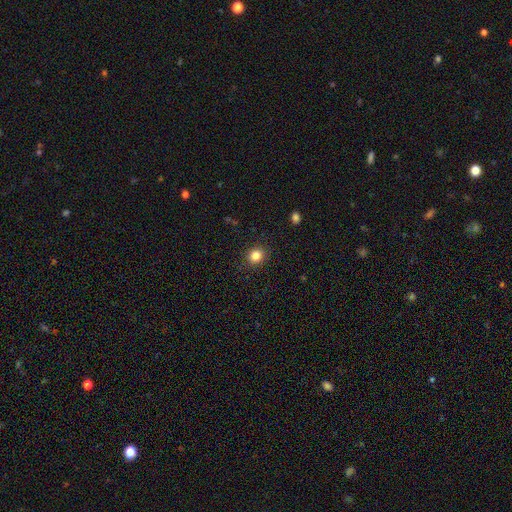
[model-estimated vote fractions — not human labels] Smooth or featured? smooth (84%)
How rounded? round (75%)
Merging? none (90%)